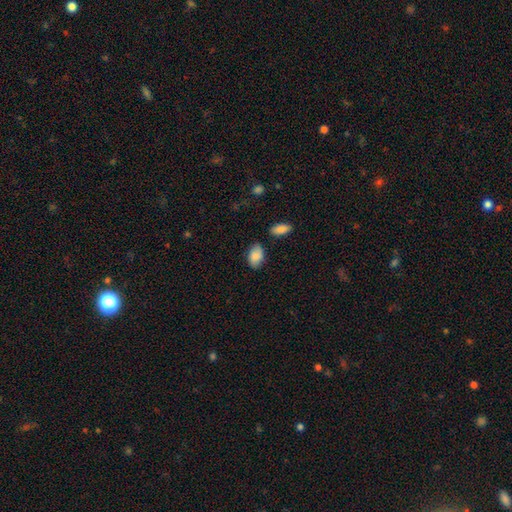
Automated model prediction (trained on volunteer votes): smooth_or_featured: smooth (p=0.85) [alt: featured or disk p=0.08]
how_rounded: in between (p=0.91) [alt: round p=0.07]
merging: none (p=0.76) [alt: minor disturbance p=0.16]